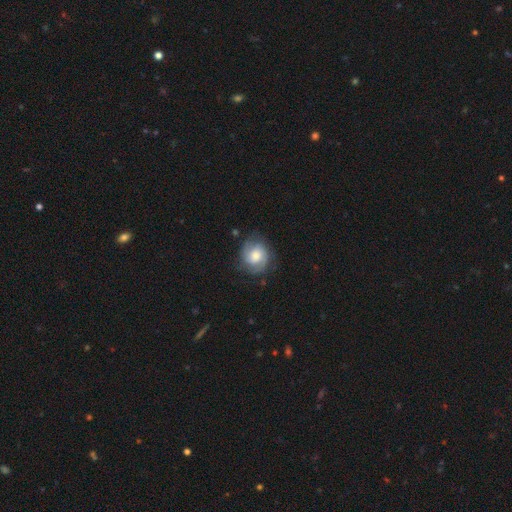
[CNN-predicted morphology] A featured or disk galaxy (61%) with no bar (64%), 2 (54%) tight (48%) spiral arms (90%) and a moderate central bulge (52%). Merging: none (73%).